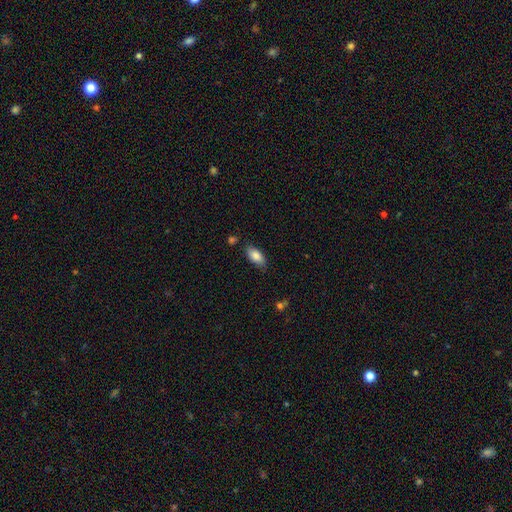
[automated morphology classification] A smooth galaxy with no disk features (83%) that is in between round and cigar-shaped (90%).

Vote fractions:
- Smooth or featured? smooth: 83% / featured or disk: 10% / star or artifact: 7%
- How rounded? in between: 90% / cigar-shaped: 7% / round: 3%
- Merging? none: 76% / minor disturbance: 18% / major disturbance: 3% / merger: 3%